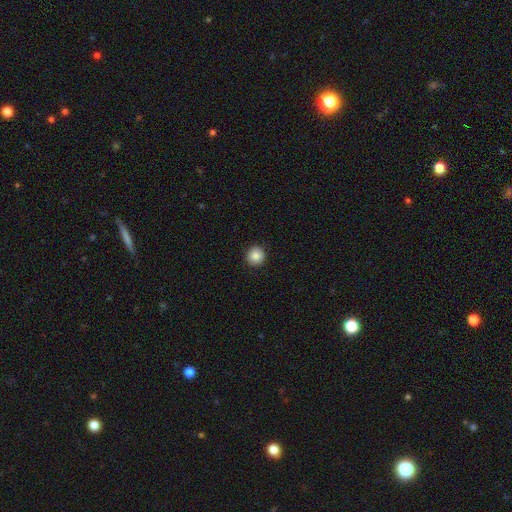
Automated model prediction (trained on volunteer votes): Q: Smooth or featured?
A: smooth (86%); runner-up: star or artifact (9%)
Q: How rounded?
A: round (95%); runner-up: in between (4%)
Q: Merging?
A: none (93%); runner-up: minor disturbance (5%)